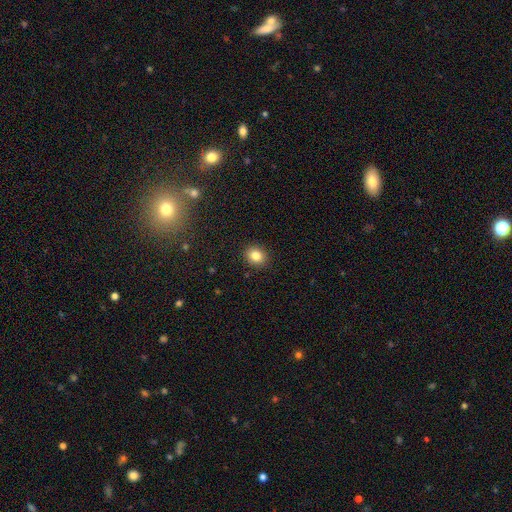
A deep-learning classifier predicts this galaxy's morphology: This appears to be a smooth galaxy with no disk features (84%) that is round (62%). Merging: none (90%).